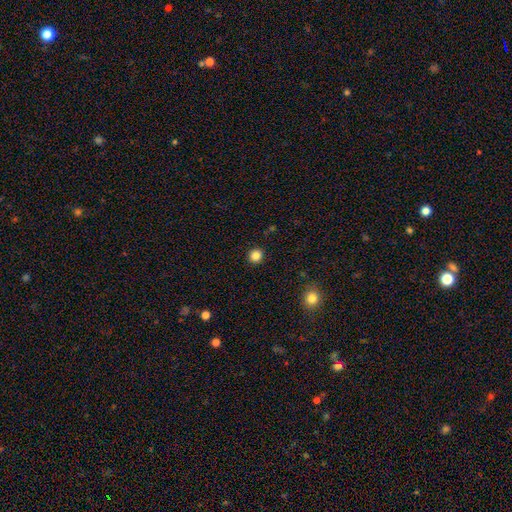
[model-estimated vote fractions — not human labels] smooth-or-featured: smooth: 85% | star or artifact: 11% | featured or disk: 4%
  how-rounded: round: 90% | in between: 9% | cigar-shaped: 1%
  merging: none: 92% | minor disturbance: 5% | major disturbance: 2% | merger: 1%